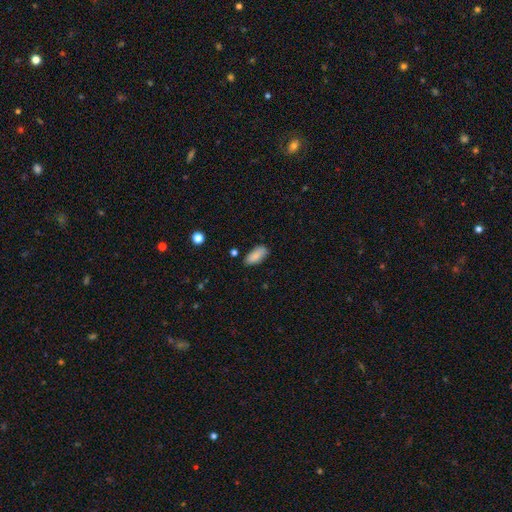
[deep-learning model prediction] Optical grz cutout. It shows a smooth galaxy with no disk features (86%) that is in between round and cigar-shaped (89%). Merging: none (79%).